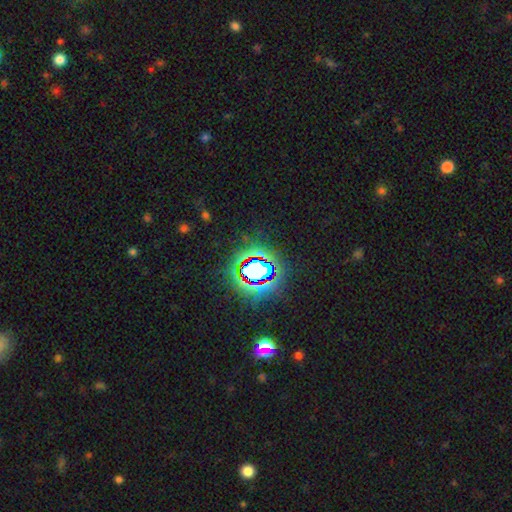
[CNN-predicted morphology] type=star or artifact (78%).